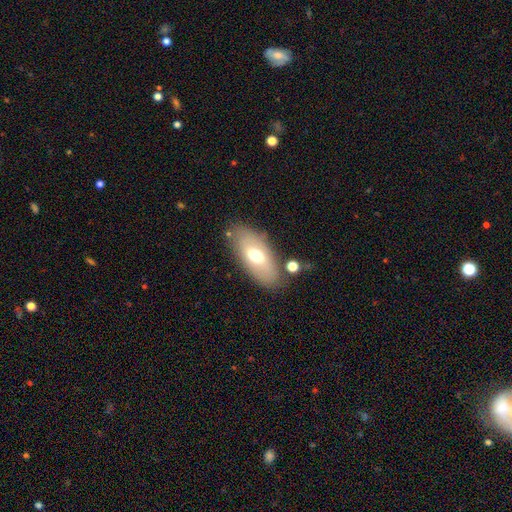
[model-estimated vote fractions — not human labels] Morphology: type=smooth (59%); roundness=in between (88%); merging=none (77%).